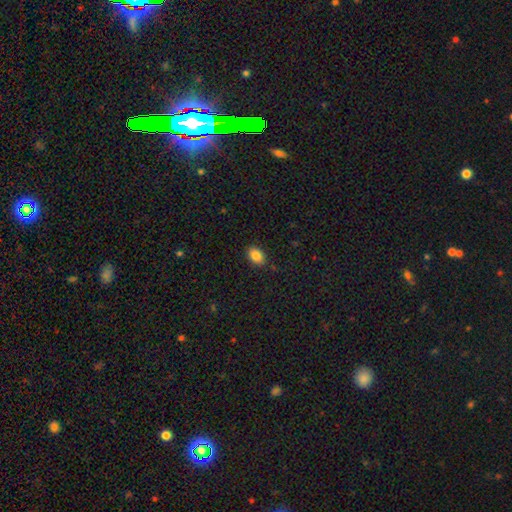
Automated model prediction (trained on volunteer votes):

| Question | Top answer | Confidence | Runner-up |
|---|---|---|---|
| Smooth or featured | smooth | 85% | star or artifact (9%) |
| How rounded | in between | 83% | round (15%) |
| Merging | none | 87% | minor disturbance (10%) |